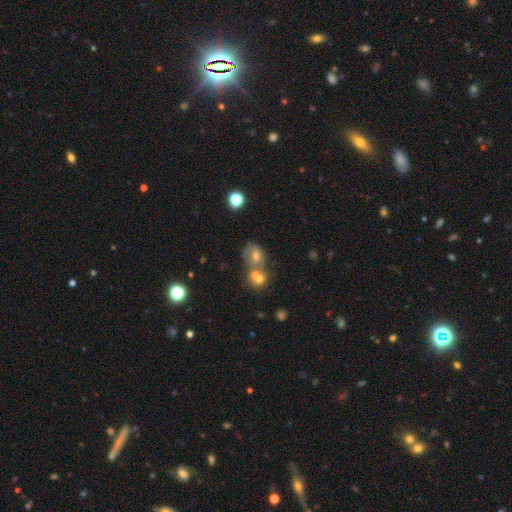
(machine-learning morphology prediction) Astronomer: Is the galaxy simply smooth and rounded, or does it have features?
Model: smooth — 56%.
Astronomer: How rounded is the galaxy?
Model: round — 54% (runner-up: in between, 45%).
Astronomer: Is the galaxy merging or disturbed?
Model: merger — 58%.